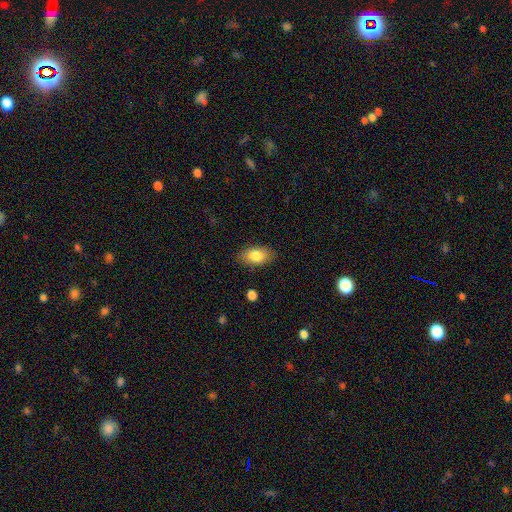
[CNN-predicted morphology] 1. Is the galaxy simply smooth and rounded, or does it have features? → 82% smooth, 11% featured or disk, 7% star or artifact.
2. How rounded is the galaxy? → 91% in between, 7% round, 2% cigar-shaped.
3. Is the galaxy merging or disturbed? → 84% none, 11% minor disturbance, 3% major disturbance, 1% merger.